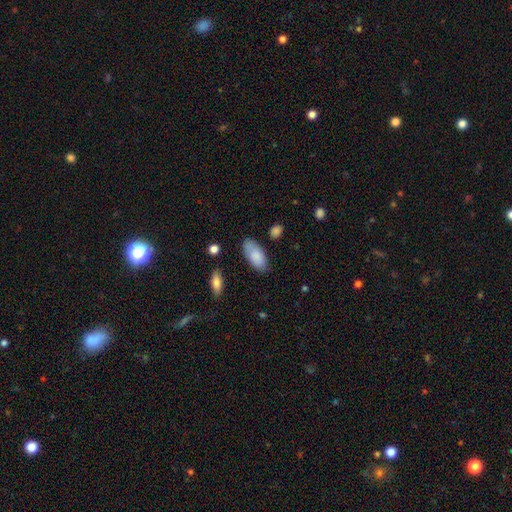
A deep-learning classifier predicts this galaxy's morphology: This is clearly a smooth galaxy (84%). How rounded: clearly in between (92%). Merging: likely none (74%).